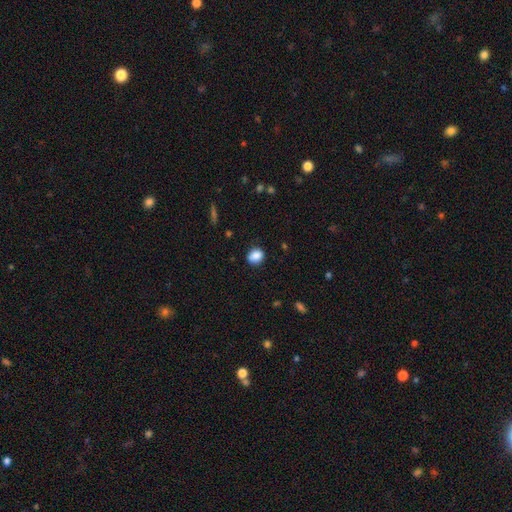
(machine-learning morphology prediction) Overall: smooth (87%). How rounded: round (61%; in between 38%). Merging: none (84%).